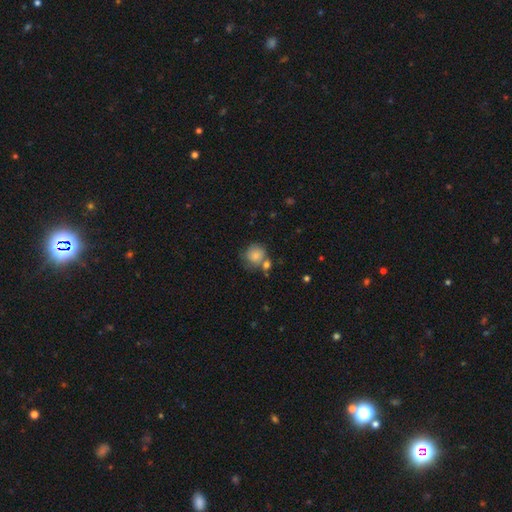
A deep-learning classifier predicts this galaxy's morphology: The model was most divided on "merging": none: 54%, merger: 21%, minor disturbance: 18%, major disturbance: 7%. More confident: how rounded — round (85%); smooth or featured — smooth (82%).